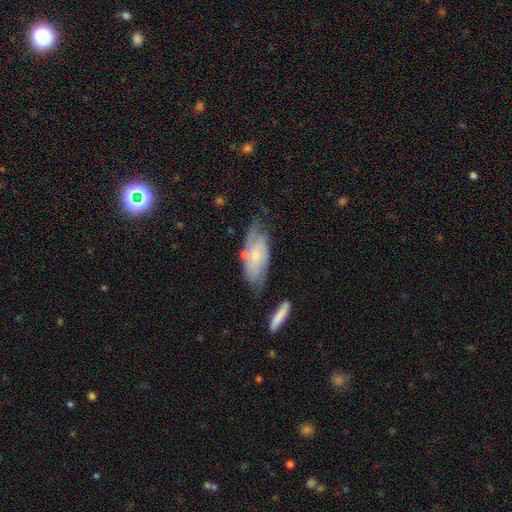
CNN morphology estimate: type=featured or disk (57%); edge-on=no (89%); bar=no (70%); spiral arms=yes (83%); bulge=small (71%); merging=none (52%).